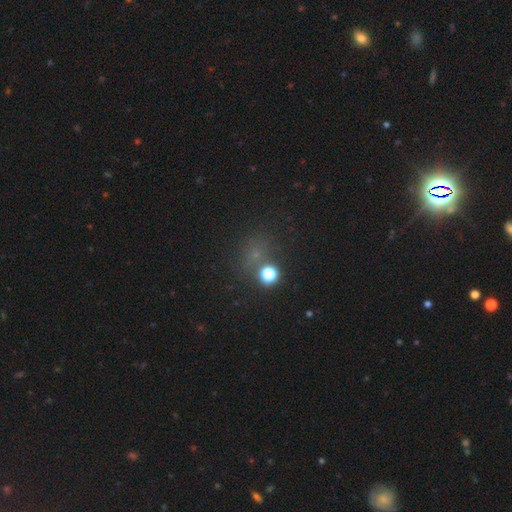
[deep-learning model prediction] Overall: smooth (47%; star or artifact 45%). Merging: none (68%).